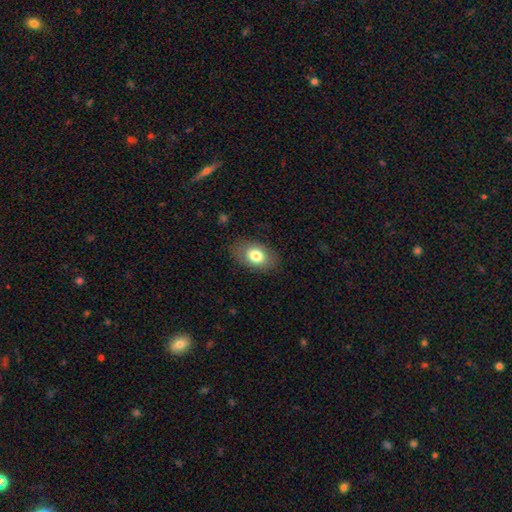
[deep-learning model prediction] Smooth or featured?
  - smooth: 77% *
  - featured or disk: 16%
  - star or artifact: 8%
How rounded?
  - in between: 83% *
  - round: 15%
  - cigar-shaped: 1%
Merging?
  - none: 81% *
  - minor disturbance: 14%
  - major disturbance: 4%
  - merger: 1%